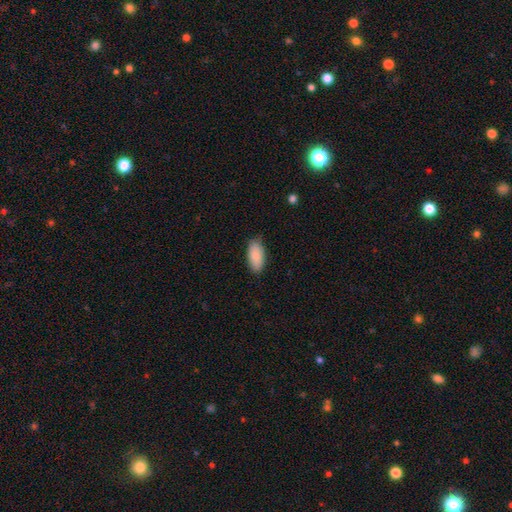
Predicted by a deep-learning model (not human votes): smooth-or-featured: smooth: 88% | featured or disk: 6% | star or artifact: 6%
  how-rounded: in between: 90% | cigar-shaped: 8% | round: 2%
  merging: none: 83% | minor disturbance: 14% | major disturbance: 2% | merger: 1%